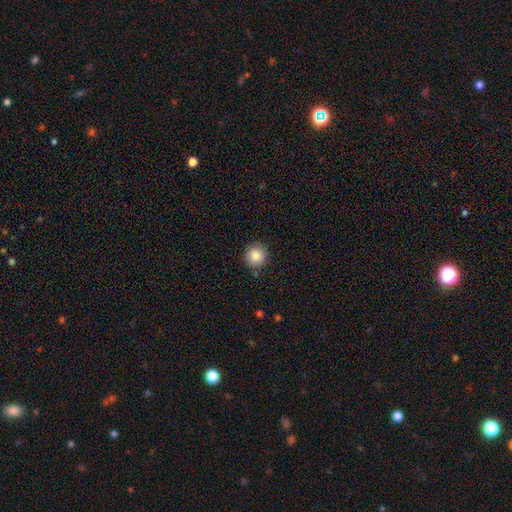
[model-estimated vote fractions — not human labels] The model was most divided on "merging": none: 85%, minor disturbance: 11%, major disturbance: 2%, merger: 2%. More confident: how rounded — round (93%); smooth or featured — smooth (87%).